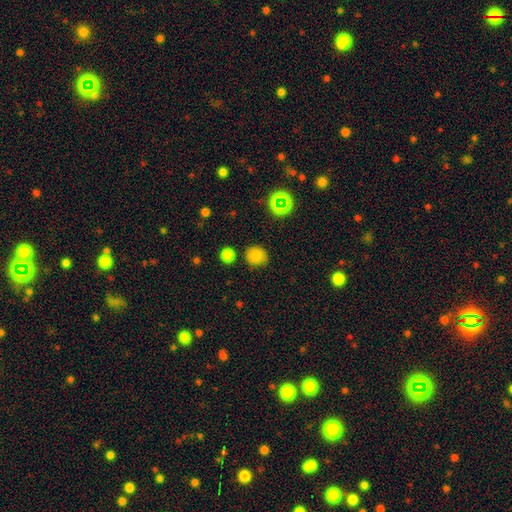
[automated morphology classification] Smooth or featured? smooth (79%)
How rounded? round (87%)
Merging? none (82%)